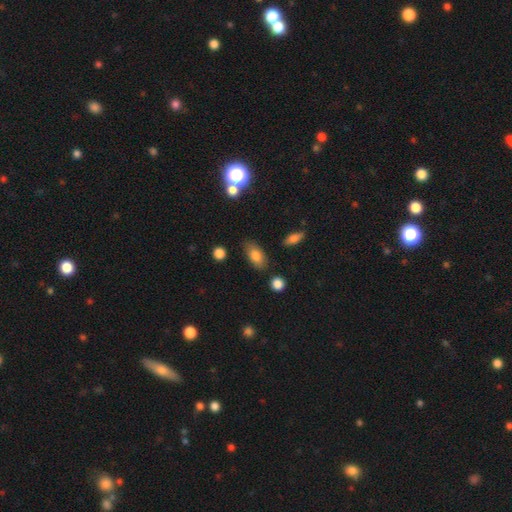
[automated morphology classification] smooth 80%, featured or disk 12%, star or artifact 9%. Down the decision tree: how rounded — in between (89%); merging — none (76%).